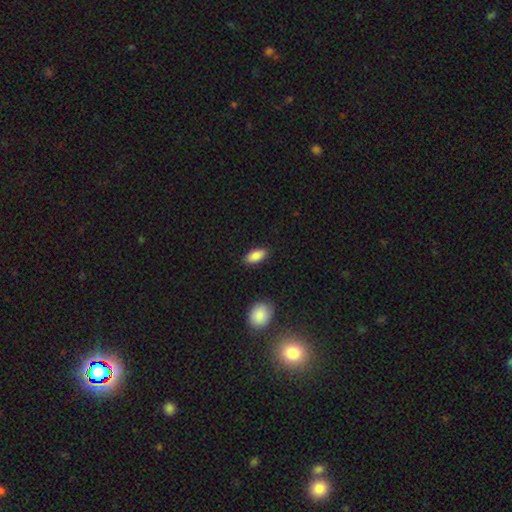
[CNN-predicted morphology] The model was most divided on "merging": none: 87%, minor disturbance: 10%, major disturbance: 2%, merger: 2%. More confident: how rounded — in between (89%); smooth or featured — smooth (87%).